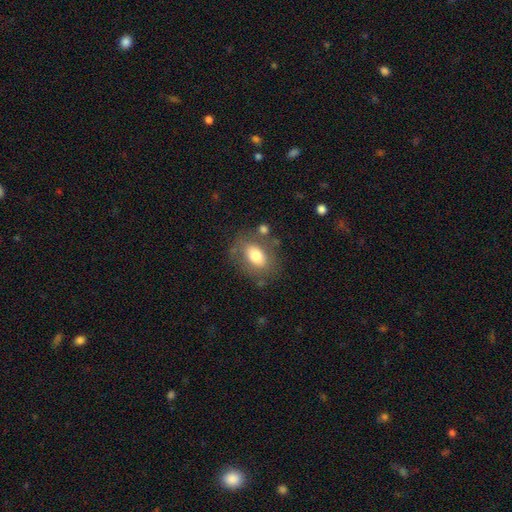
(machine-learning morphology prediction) Smooth or featured? Predicted: smooth (p=0.72). How rounded? Predicted: in between (p=0.84). Merging? Predicted: none (p=0.71).